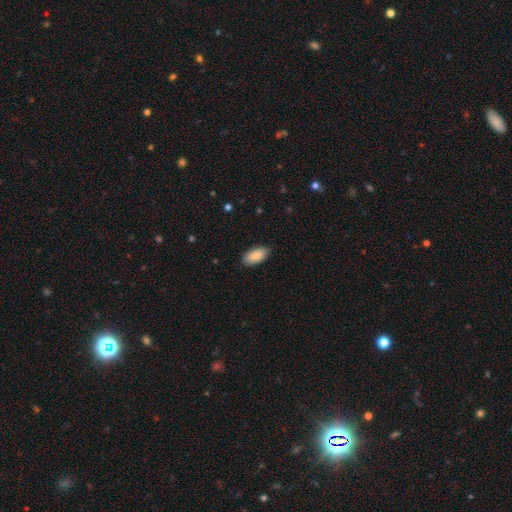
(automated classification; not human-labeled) Overall: smooth (88%). How rounded: in between (92%). Merging: none (88%).